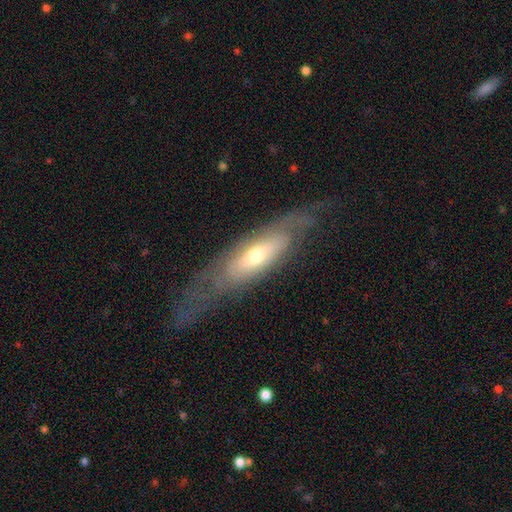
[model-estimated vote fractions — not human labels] featured or disk 69%, smooth 24%, star or artifact 6%. Down the decision tree: edge-on disk — no (62%); merging — none (64%).